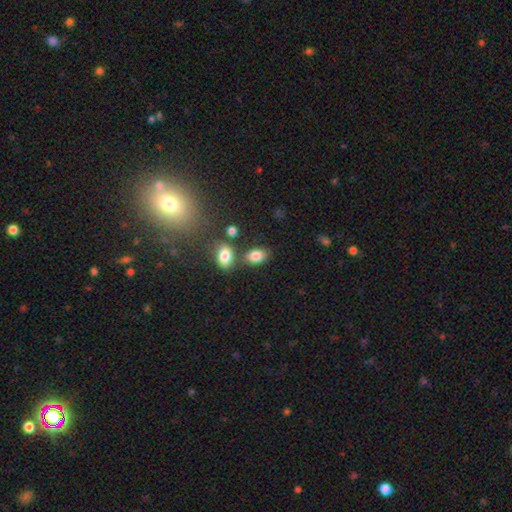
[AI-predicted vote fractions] Smooth or featured? smooth (83%)
How rounded? in between (83%)
Merging? none (67%)